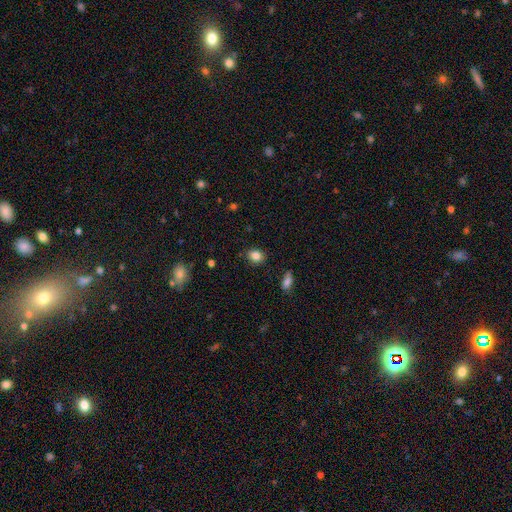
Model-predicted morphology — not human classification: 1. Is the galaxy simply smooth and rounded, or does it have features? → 84% smooth, 10% star or artifact, 6% featured or disk.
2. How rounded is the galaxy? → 54% in between, 44% round, 1% cigar-shaped.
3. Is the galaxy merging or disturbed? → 86% none, 10% minor disturbance, 2% major disturbance, 1% merger.